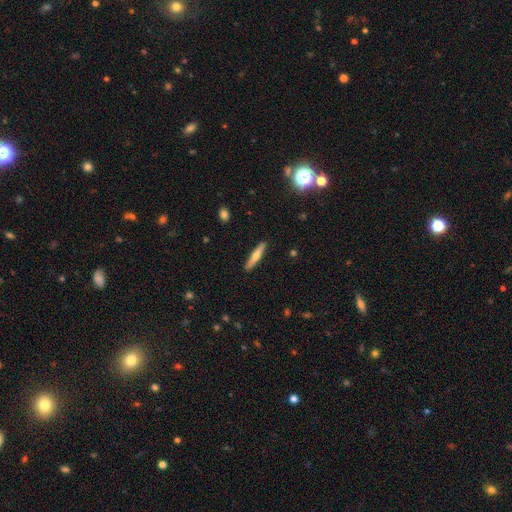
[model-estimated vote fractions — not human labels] Smooth or featured?
  - smooth: 48% *
  - featured or disk: 46%
  - star or artifact: 6%
Merging?
  - none: 90% *
  - minor disturbance: 7%
  - major disturbance: 1%
  - merger: 1%